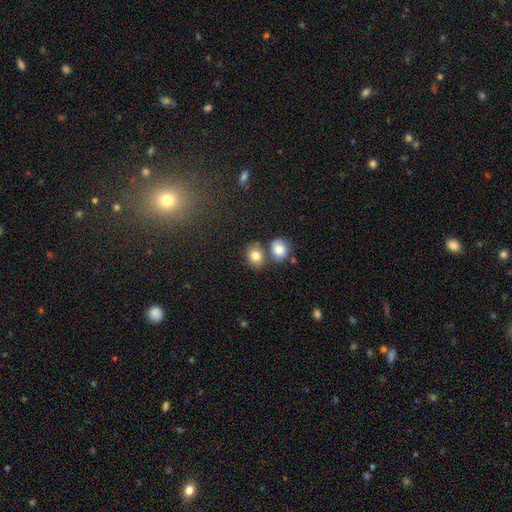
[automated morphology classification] Smooth or featured? smooth (81%)
How rounded? round (59%)
Merging? none (57%)